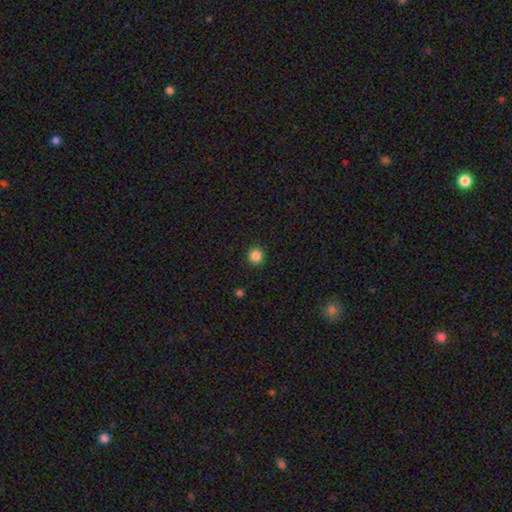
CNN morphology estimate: A smooth galaxy with no disk features (86%) that is round (95%). Merging: none (93%).